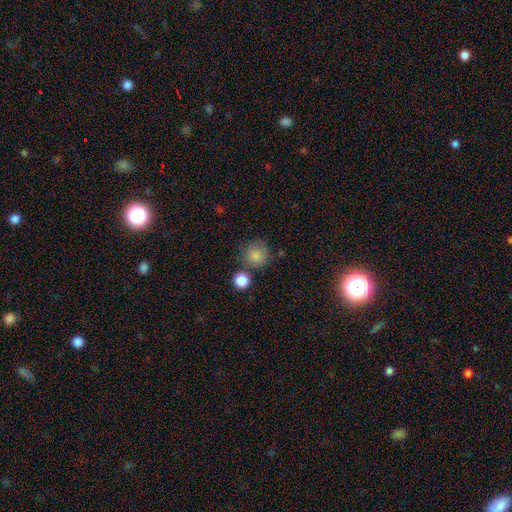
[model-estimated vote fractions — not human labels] This is clearly a smooth galaxy (85%). How rounded: clearly round (91%). Merging: likely none (71%).